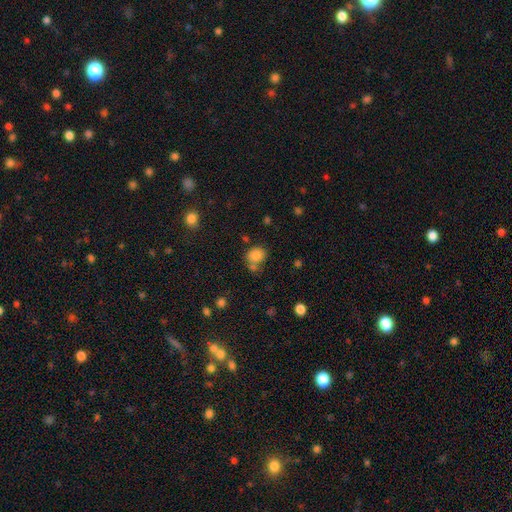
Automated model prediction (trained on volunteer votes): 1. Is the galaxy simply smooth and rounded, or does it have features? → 81% smooth, 12% star or artifact, 7% featured or disk.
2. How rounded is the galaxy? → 74% round, 25% in between, 1% cigar-shaped.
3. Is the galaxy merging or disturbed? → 58% none, 22% merger, 14% minor disturbance, 5% major disturbance.